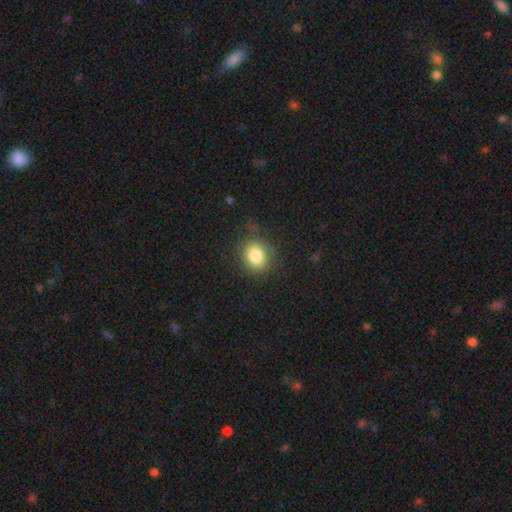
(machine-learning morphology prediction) Smooth or featured? Predicted: smooth (p=0.82). How rounded? Predicted: round (p=0.61). Merging? Predicted: none (p=0.80).